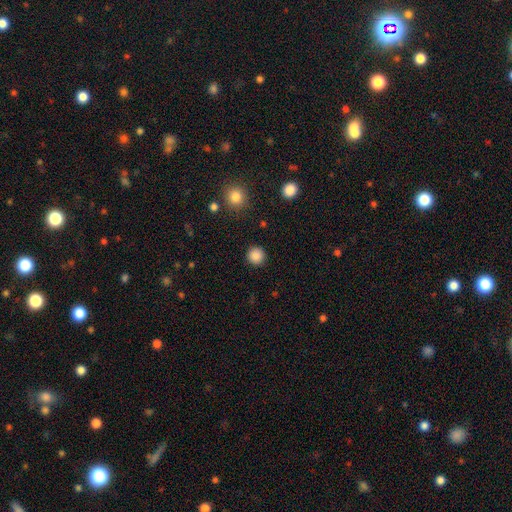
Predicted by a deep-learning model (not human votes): Morphology: type=smooth (87%); roundness=round (94%); merging=none (91%).